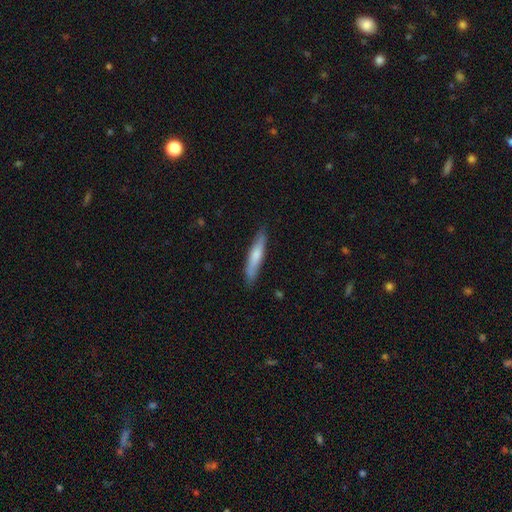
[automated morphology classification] The model was most divided on "smooth or featured": smooth: 67%, featured or disk: 28%, star or artifact: 5%. More confident: how rounded — cigar-shaped (89%); merging — none (85%).